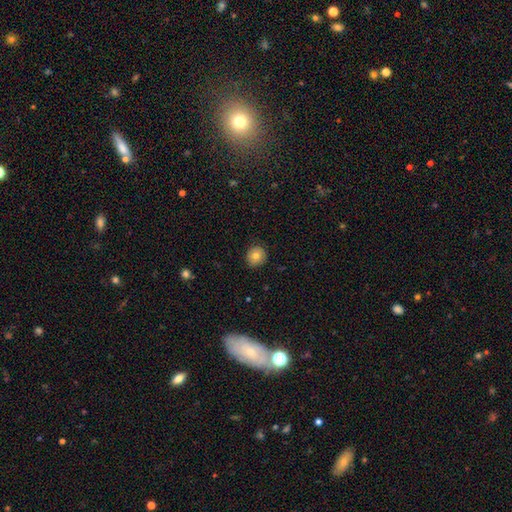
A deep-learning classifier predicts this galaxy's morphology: Overall: smooth (78%). How rounded: round (89%). Merging: none (88%).